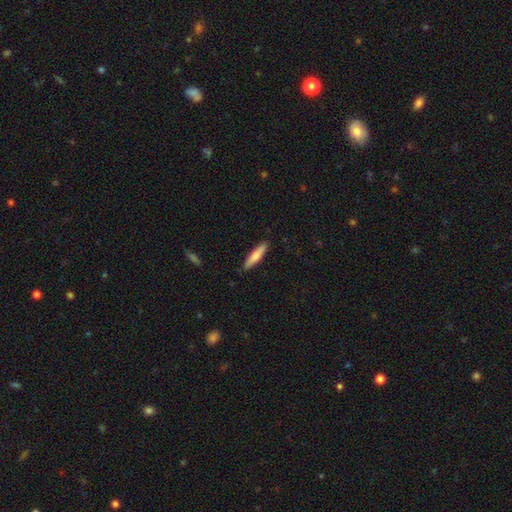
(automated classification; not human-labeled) Smooth or featured? Predicted: smooth (p=0.75). How rounded? Predicted: cigar-shaped (p=0.83). Merging? Predicted: none (p=0.88).